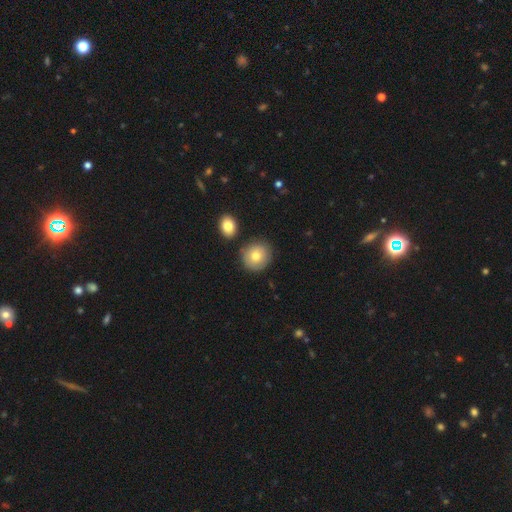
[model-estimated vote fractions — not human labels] Smooth or featured? Predicted: smooth (p=0.78). How rounded? Predicted: round (p=0.85). Merging? Predicted: none (p=0.82).